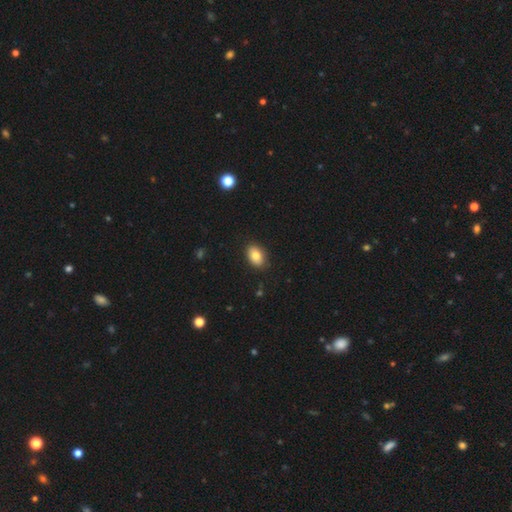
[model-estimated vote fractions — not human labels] A smooth galaxy with no disk features (82%) that is in between round and cigar-shaped (86%).

Vote fractions:
- Smooth or featured? smooth: 82% / featured or disk: 10% / star or artifact: 8%
- How rounded? in between: 86% / round: 13% / cigar-shaped: 1%
- Merging? none: 87% / minor disturbance: 10% / major disturbance: 2% / merger: 1%